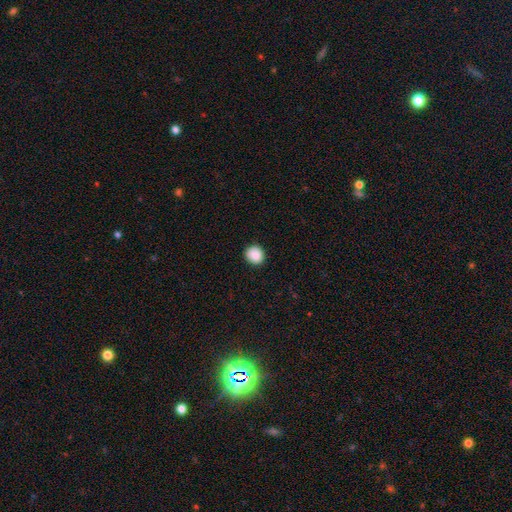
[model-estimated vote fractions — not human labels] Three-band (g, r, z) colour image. It shows a smooth galaxy with no disk features (88%) that is round (87%). Merging: none (89%).